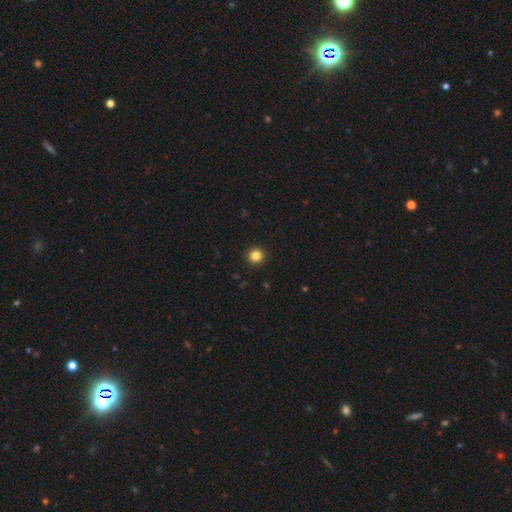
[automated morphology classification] Q: Smooth or featured?
A: smooth (83%); runner-up: star or artifact (12%)
Q: How rounded?
A: round (96%); runner-up: in between (3%)
Q: Merging?
A: none (94%); runner-up: minor disturbance (4%)